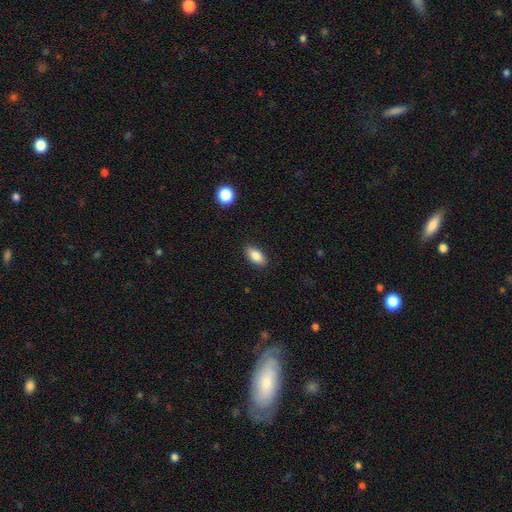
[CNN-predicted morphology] smooth 86%, star or artifact 8%, featured or disk 7%. Down the decision tree: how rounded — in between (91%); merging — none (89%).